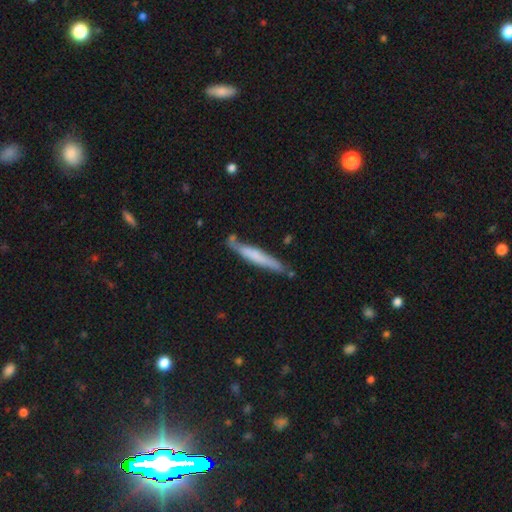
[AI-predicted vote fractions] Smooth or featured? smooth (57%)
How rounded? cigar-shaped (94%)
Merging? none (71%)